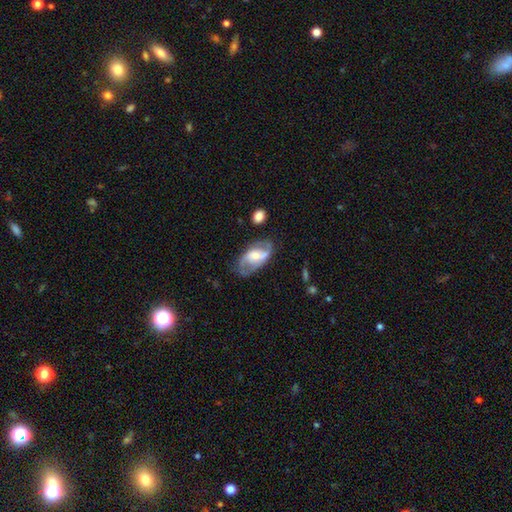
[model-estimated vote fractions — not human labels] A featured or disk galaxy (69%) with no bar (39%, tied with weak), 2 (77%) medium (45%) spiral arms (78%) and a moderate central bulge (50%). Merging: none (61%).